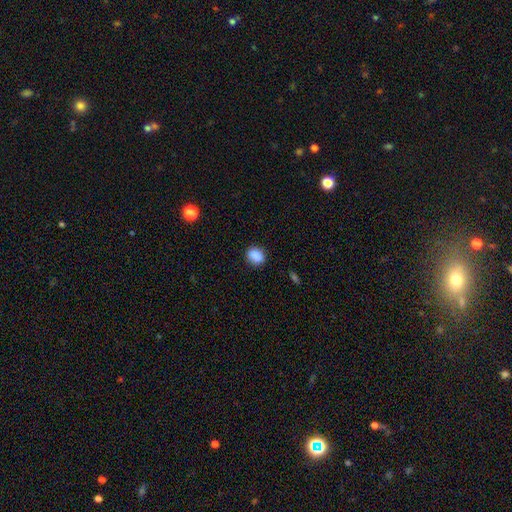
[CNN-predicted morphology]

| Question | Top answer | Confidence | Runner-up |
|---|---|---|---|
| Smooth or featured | smooth | 87% | star or artifact (9%) |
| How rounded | in between | 53% | round (46%) |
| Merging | none | 81% | minor disturbance (14%) |